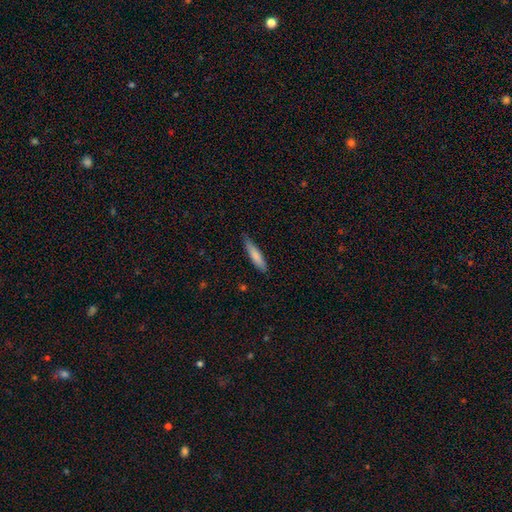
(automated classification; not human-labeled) This appears to be a smooth galaxy with no disk features (78%) that is cigar-shaped (84%). Merging: none (80%).